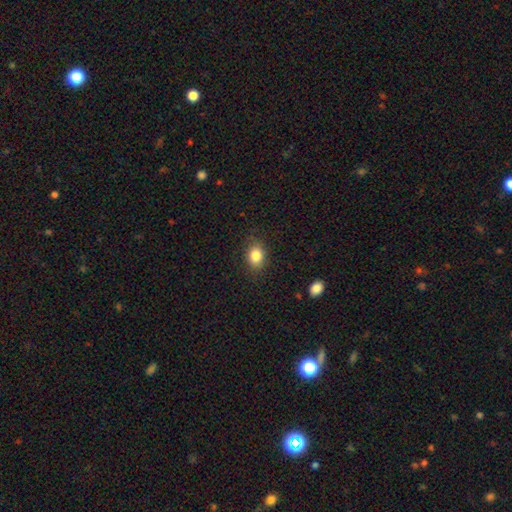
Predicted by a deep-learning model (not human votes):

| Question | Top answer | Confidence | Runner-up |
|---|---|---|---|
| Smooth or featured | smooth | 83% | star or artifact (10%) |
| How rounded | in between | 59% | round (40%) |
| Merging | none | 84% | minor disturbance (12%) |